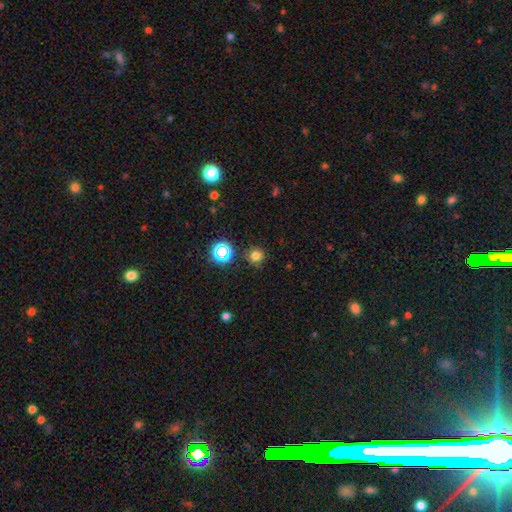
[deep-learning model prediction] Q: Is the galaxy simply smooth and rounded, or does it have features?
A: smooth — 74%.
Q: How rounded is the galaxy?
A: round — 93%.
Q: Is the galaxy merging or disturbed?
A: none — 86%.